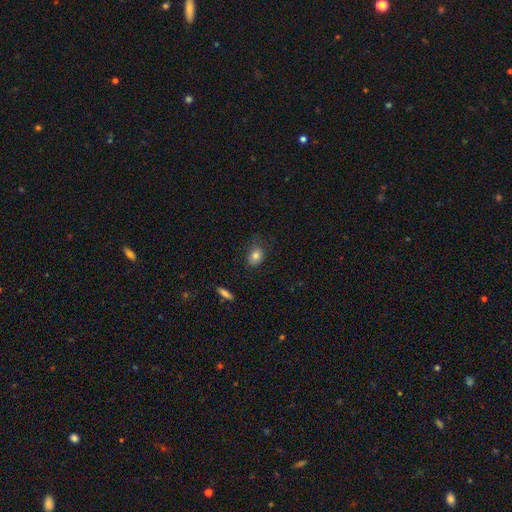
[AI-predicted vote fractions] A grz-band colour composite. It shows a smooth galaxy with no disk features (80%) that is in between round and cigar-shaped (64%). Merging: none (61%).